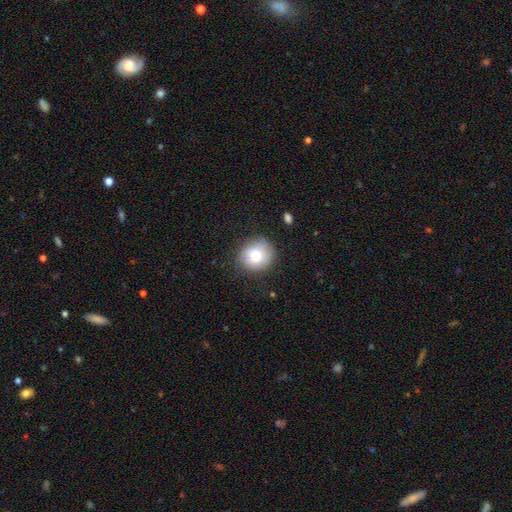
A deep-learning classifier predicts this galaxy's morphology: smooth_or_featured: smooth (p=0.77) [alt: featured or disk p=0.14]
how_rounded: round (p=0.87) [alt: in between p=0.12]
merging: none (p=0.78) [alt: minor disturbance p=0.16]